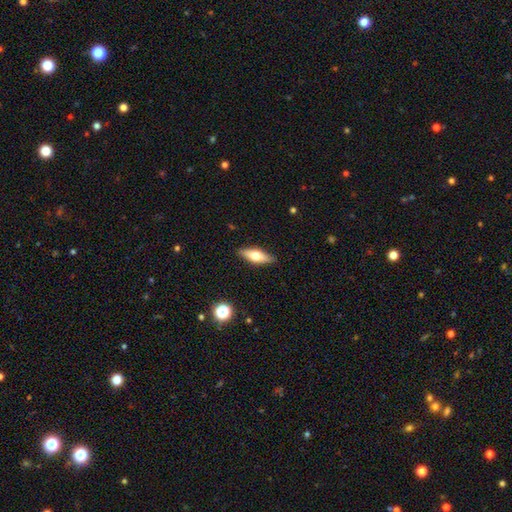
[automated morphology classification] This is likely a smooth galaxy (61%). How rounded: likely in between (63%). Merging: clearly none (87%).